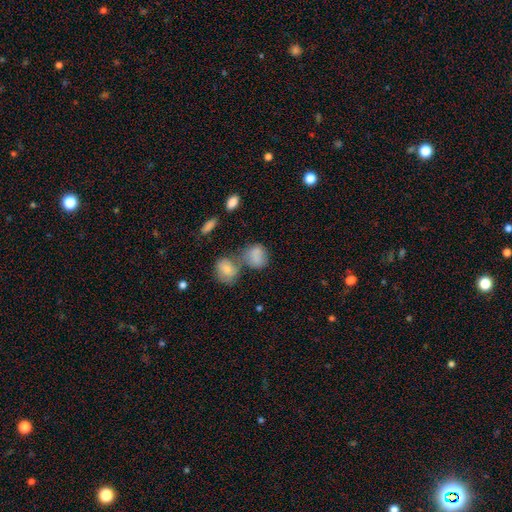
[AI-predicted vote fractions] Smooth or featured? Predicted: smooth (p=0.80). How rounded? Predicted: round (p=0.52). Merging? Predicted: merger (p=0.38).